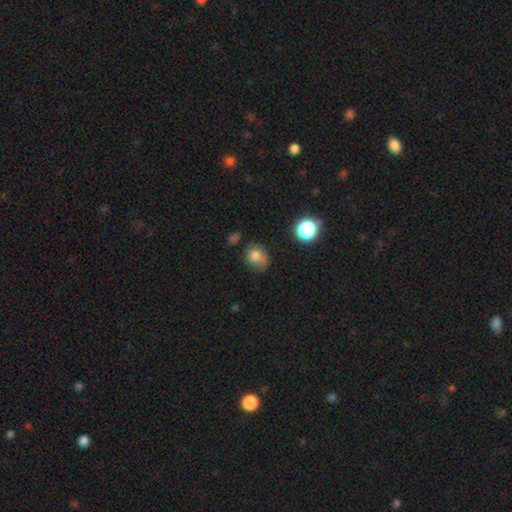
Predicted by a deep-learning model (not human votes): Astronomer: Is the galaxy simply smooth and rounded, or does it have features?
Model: smooth — 77%.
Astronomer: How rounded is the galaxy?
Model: round — 68%.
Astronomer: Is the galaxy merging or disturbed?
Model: none — 57%.